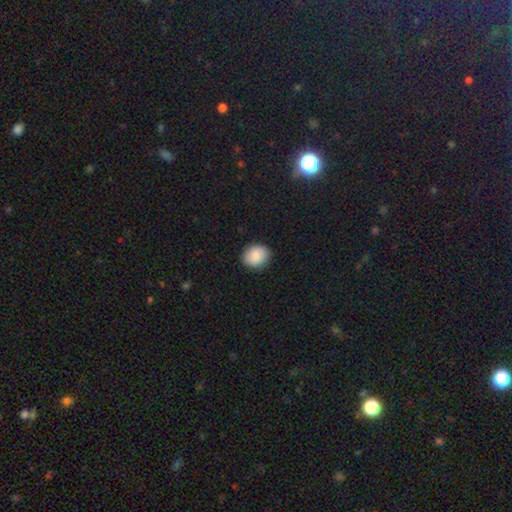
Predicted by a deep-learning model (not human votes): This appears to be a smooth galaxy with no disk features (85%) that is round (65%). Merging: none (89%).